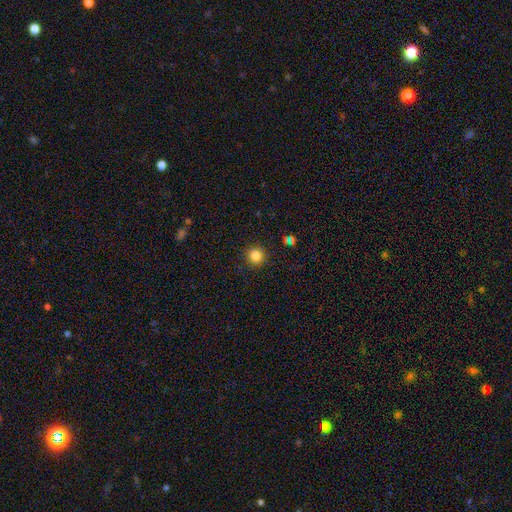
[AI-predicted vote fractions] smooth-or-featured: smooth: 84% | star or artifact: 12% | featured or disk: 4%
  how-rounded: round: 94% | in between: 5% | cigar-shaped: 1%
  merging: none: 91% | minor disturbance: 6% | major disturbance: 2% | merger: 1%